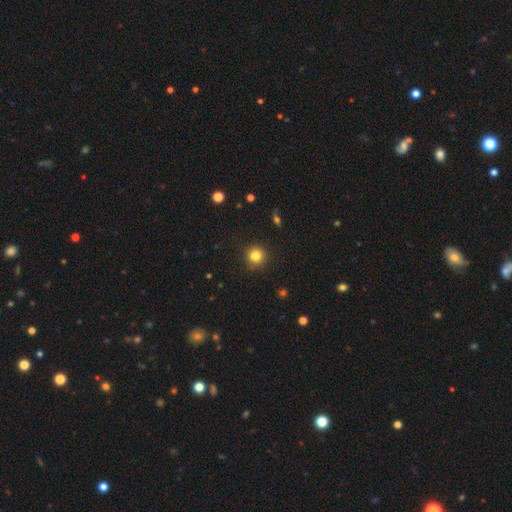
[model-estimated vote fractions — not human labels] Smooth or featured? Predicted: smooth (p=0.82). How rounded? Predicted: round (p=0.94). Merging? Predicted: none (p=0.91).